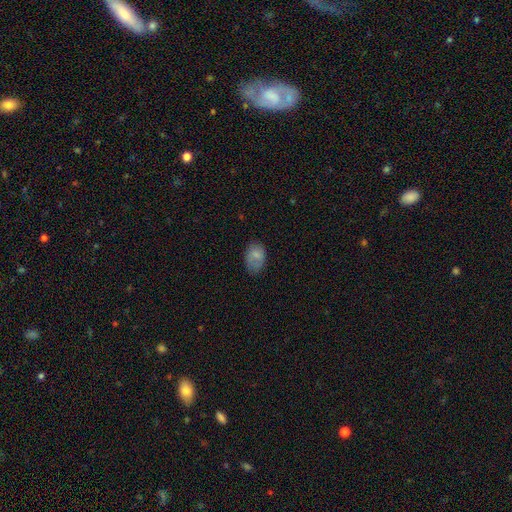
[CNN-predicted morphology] smooth-or-featured: smooth: 77% | featured or disk: 14% | star or artifact: 9%
  how-rounded: in between: 87% | round: 12% | cigar-shaped: 1%
  merging: none: 59% | minor disturbance: 28% | major disturbance: 10% | merger: 2%